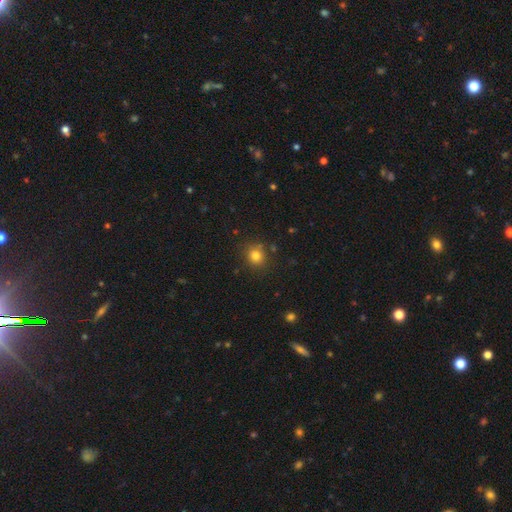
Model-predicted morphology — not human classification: smooth-or-featured: smooth: 80% | star or artifact: 14% | featured or disk: 6%
  how-rounded: round: 83% | in between: 16% | cigar-shaped: 1%
  merging: none: 82% | minor disturbance: 11% | merger: 3% | major disturbance: 3%